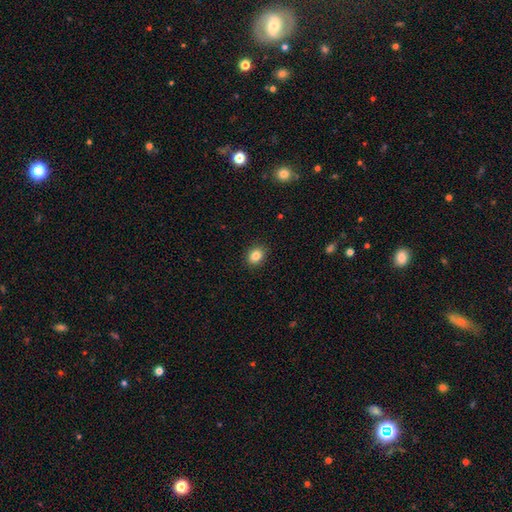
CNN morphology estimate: A smooth galaxy with no disk features (84%) that is in between round and cigar-shaped (51%). Merging: none (90%).